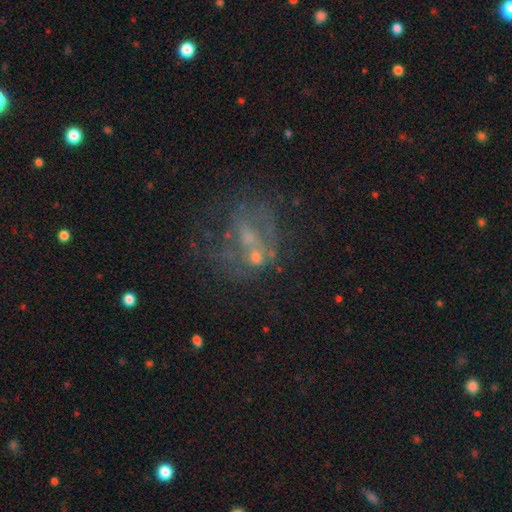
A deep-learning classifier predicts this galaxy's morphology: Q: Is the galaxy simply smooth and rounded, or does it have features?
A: featured or disk — 56%.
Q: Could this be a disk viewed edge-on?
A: no — 97%.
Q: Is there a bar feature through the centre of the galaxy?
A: no — 78%.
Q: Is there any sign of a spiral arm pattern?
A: no — 75%.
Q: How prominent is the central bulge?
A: small — 35%.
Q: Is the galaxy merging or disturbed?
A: none — 36%.